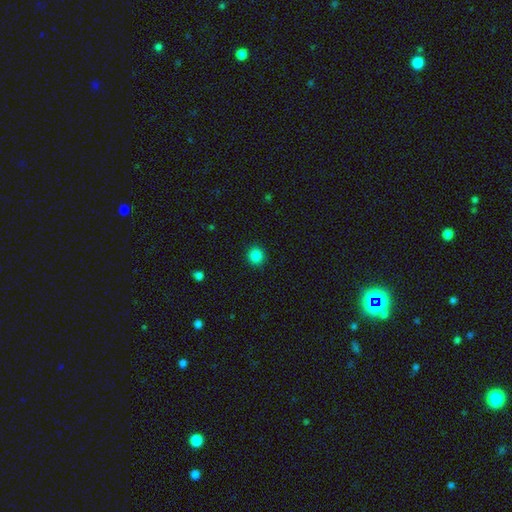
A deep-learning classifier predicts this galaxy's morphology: smooth 86%, star or artifact 11%, featured or disk 3%. Down the decision tree: how rounded — round (91%); merging — none (91%).